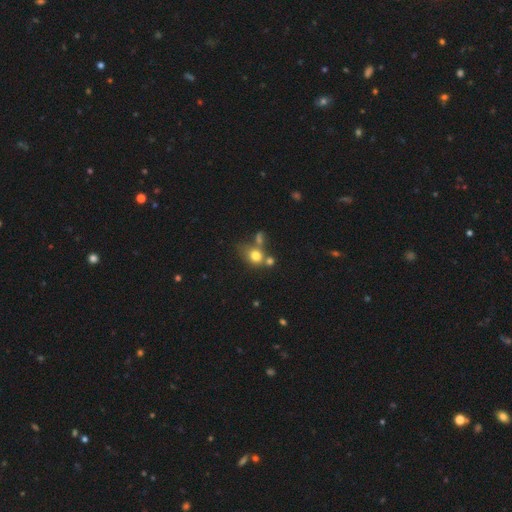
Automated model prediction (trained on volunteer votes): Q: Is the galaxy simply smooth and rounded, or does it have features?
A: smooth — 75%.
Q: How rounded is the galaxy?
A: round — 63%.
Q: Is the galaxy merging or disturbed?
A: none — 44%.